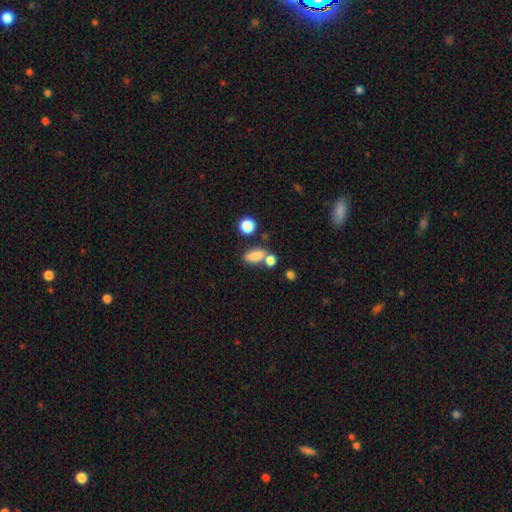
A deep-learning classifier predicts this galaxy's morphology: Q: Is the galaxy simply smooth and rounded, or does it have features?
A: smooth — 81%.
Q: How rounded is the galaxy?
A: in between — 78%.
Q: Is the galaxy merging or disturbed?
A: none — 49%.